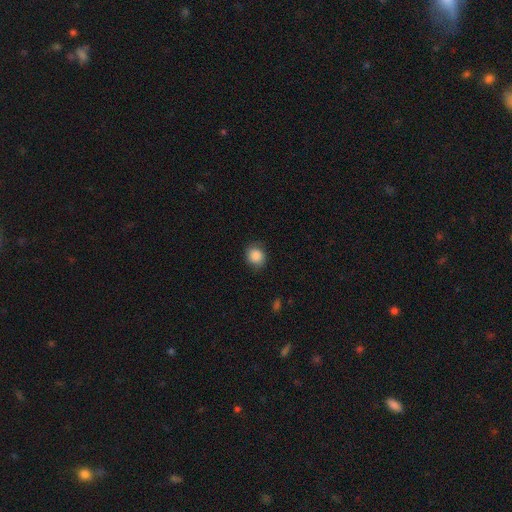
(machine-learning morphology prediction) The model was most divided on "how rounded": round: 76%, in between: 23%, cigar-shaped: 1%. More confident: smooth or featured — smooth (86%); merging — none (79%).